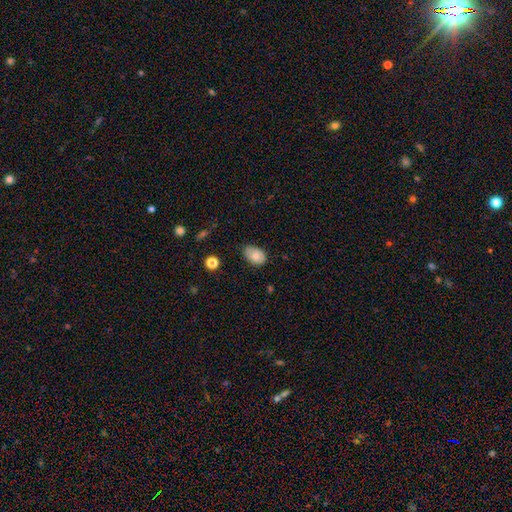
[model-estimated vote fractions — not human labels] A smooth galaxy with no disk features (77%) that is in between round and cigar-shaped (83%). Merging: none (67%).